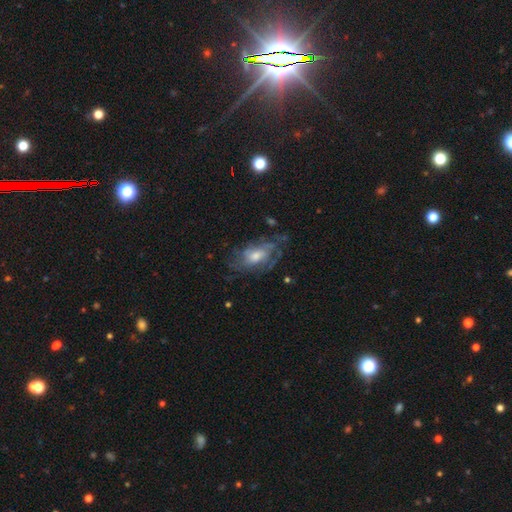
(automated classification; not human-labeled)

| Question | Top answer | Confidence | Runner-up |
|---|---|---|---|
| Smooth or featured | featured or disk | 73% | smooth (18%) |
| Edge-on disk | no | 93% | yes (7%) |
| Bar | no | 65% | weak (30%) |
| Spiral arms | yes | 81% | no (19%) |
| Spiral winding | tight | 46% | medium (39%) |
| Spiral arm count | can't tell | 54% | 2 (14%) |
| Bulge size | moderate | 56% | small (26%) |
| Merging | none | 60% | minor disturbance (21%) |